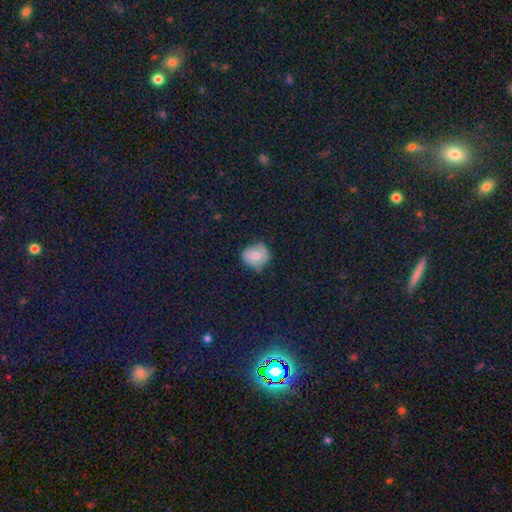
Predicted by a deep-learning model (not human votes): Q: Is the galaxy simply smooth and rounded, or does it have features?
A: smooth — 64%.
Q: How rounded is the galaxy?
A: round — 76%.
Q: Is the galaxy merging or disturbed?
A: none — 61%.